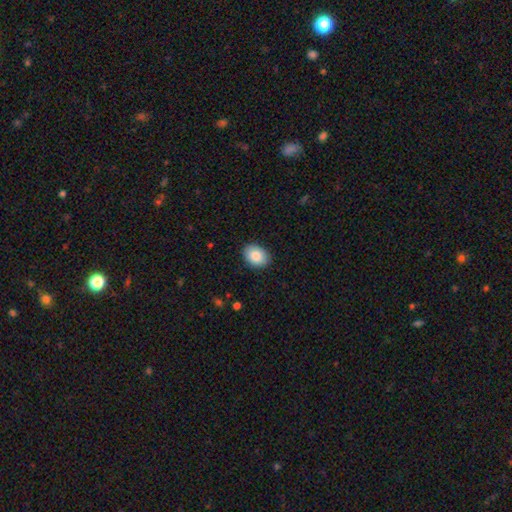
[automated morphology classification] Q: Smooth or featured?
A: smooth (87%); runner-up: star or artifact (7%)
Q: How rounded?
A: in between (70%); runner-up: round (29%)
Q: Merging?
A: none (88%); runner-up: minor disturbance (9%)